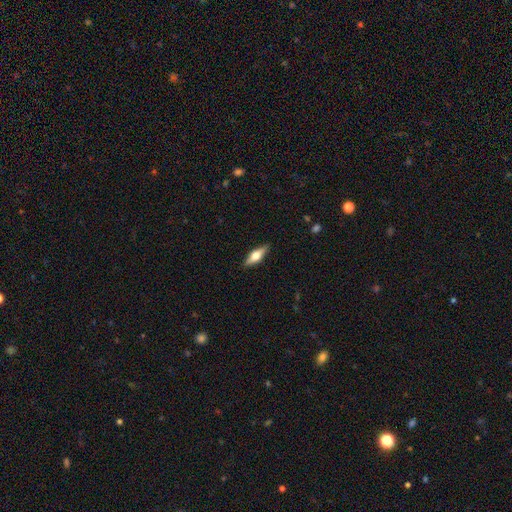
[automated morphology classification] This appears to be a featured or disk galaxy (55%) viewed edge-on (94%) with a rounded central bulge (93%). Merging: none (88%).